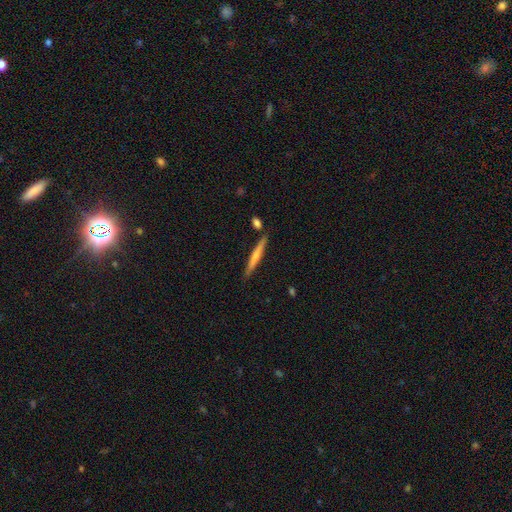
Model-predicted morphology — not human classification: Q: Smooth or featured?
A: smooth (53%); runner-up: featured or disk (41%)
Q: How rounded?
A: cigar-shaped (94%); runner-up: in between (4%)
Q: Merging?
A: none (82%); runner-up: minor disturbance (11%)